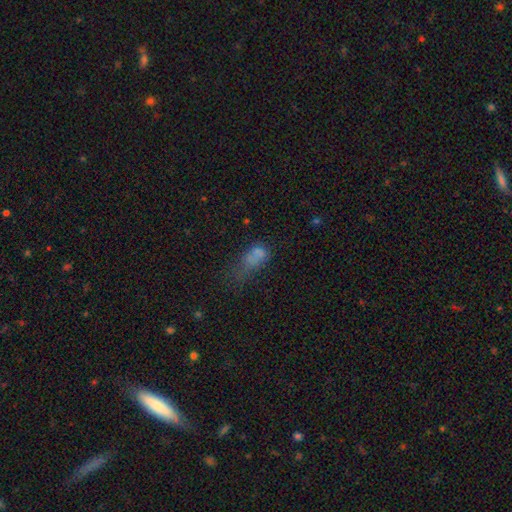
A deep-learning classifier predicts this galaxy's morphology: Smooth or featured? Predicted: smooth (p=0.62). How rounded? Predicted: in between (p=0.77). Merging? Predicted: major disturbance (p=0.39).